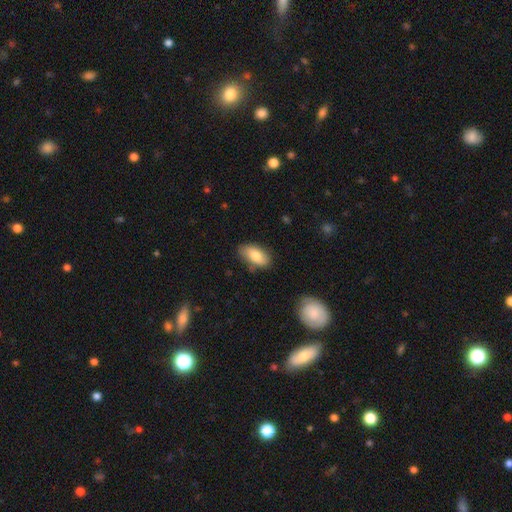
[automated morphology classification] Overall: smooth (77%). How rounded: in between (92%). Merging: none (77%).